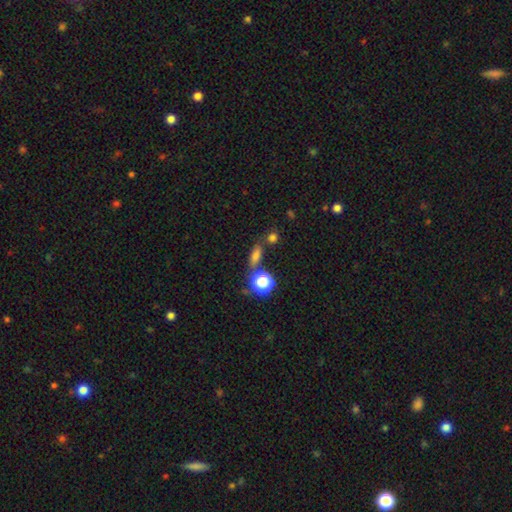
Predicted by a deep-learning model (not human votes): Q: Smooth or featured?
A: smooth (68%); runner-up: star or artifact (21%)
Q: How rounded?
A: in between (47%); runner-up: cigar-shaped (30%)
Q: Merging?
A: none (67%); runner-up: merger (14%)